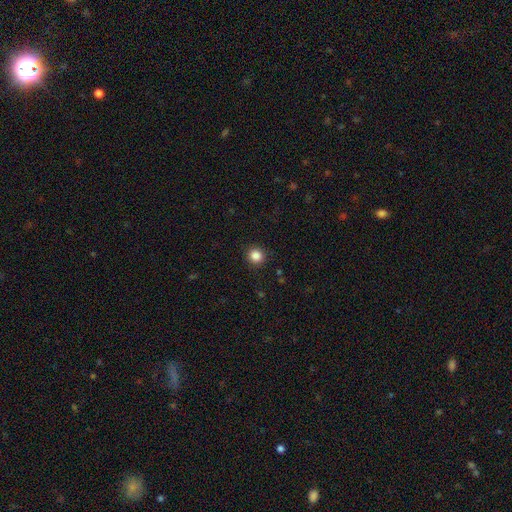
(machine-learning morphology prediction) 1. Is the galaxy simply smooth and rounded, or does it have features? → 86% smooth, 11% star or artifact, 3% featured or disk.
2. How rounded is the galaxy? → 91% round, 8% in between, 1% cigar-shaped.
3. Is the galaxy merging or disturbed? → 91% none, 6% minor disturbance, 2% major disturbance, 1% merger.